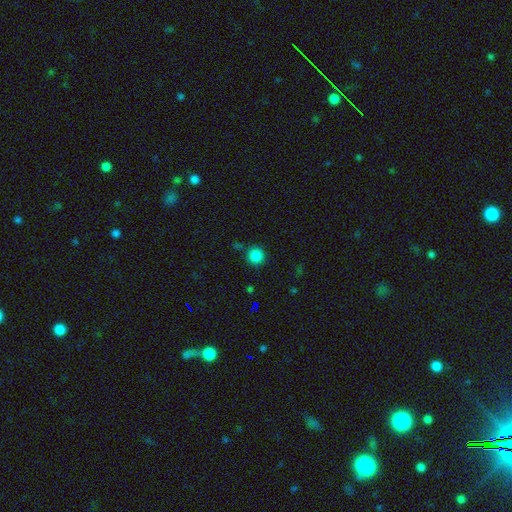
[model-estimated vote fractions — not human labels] Smooth or featured?
  - smooth: 84% *
  - star or artifact: 12%
  - featured or disk: 4%
How rounded?
  - round: 94% *
  - in between: 5%
  - cigar-shaped: 1%
Merging?
  - none: 84% *
  - minor disturbance: 9%
  - merger: 4%
  - major disturbance: 3%